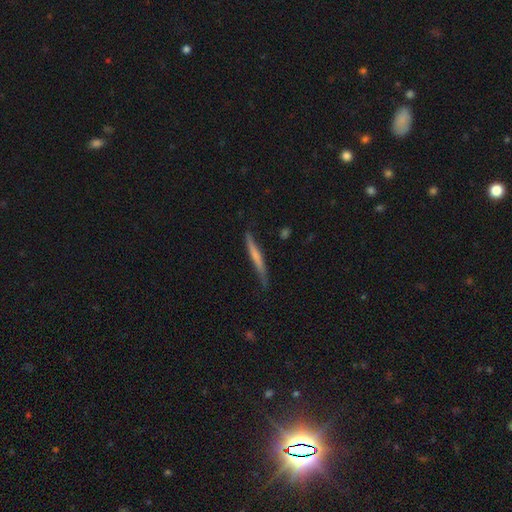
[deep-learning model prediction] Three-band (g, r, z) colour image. It shows a smooth galaxy with no disk features (54%) that is cigar-shaped (95%). Merging: none (71%).